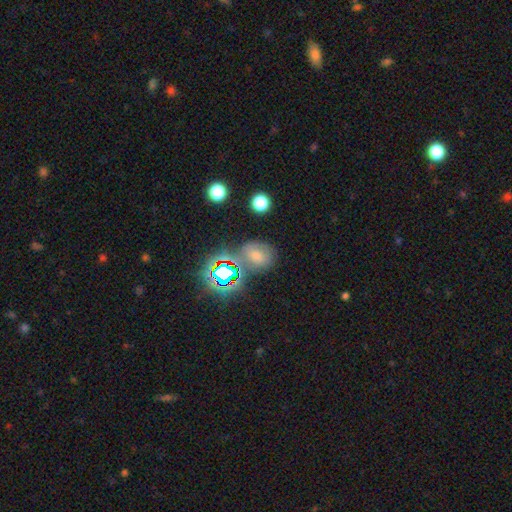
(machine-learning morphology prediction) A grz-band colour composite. It shows a smooth galaxy with no disk features (51%) that is in between round and cigar-shaped (51%). Merging: none (60%).